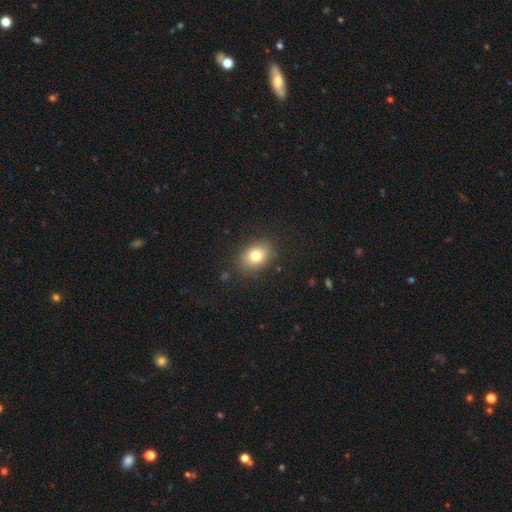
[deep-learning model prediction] This is likely a smooth galaxy (79%). How rounded: likely in between (73%). Merging: clearly none (86%).